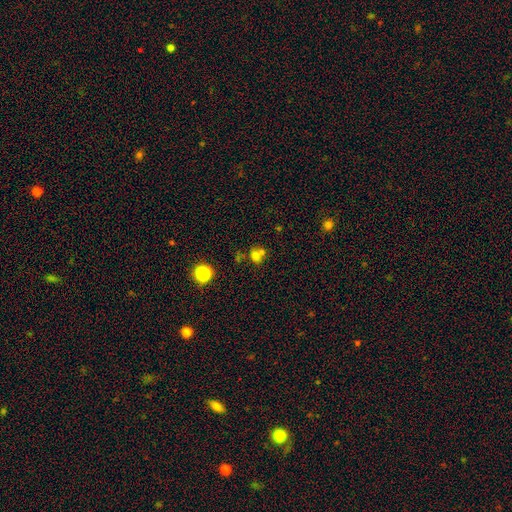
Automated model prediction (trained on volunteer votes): Smooth or featured?
  - smooth: 67% *
  - star or artifact: 20%
  - featured or disk: 13%
How rounded?
  - round: 73% *
  - in between: 26%
  - cigar-shaped: 1%
Merging?
  - merger: 44% *
  - none: 42%
  - minor disturbance: 9%
  - major disturbance: 5%